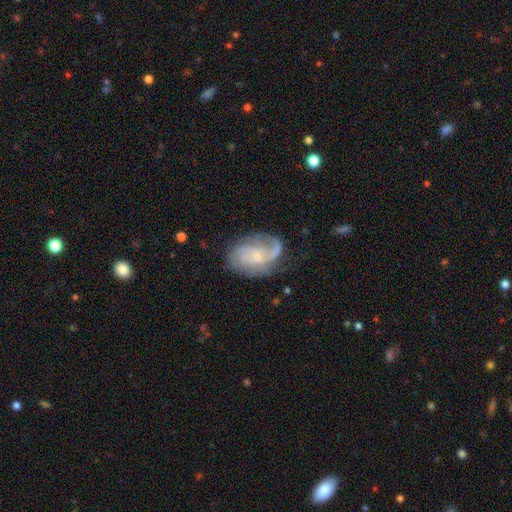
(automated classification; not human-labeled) This is clearly a featured or disk galaxy (81%). It is clearly not viewed edge-on (97%). Bar: possibly no (58%). Spiral arm pattern: clearly yes (94%). Spiral arm count: possibly 2 (46%). Spiral winding: marginally medium (45%). Central bulge: possibly small (52%). Merging: likely none (63%).